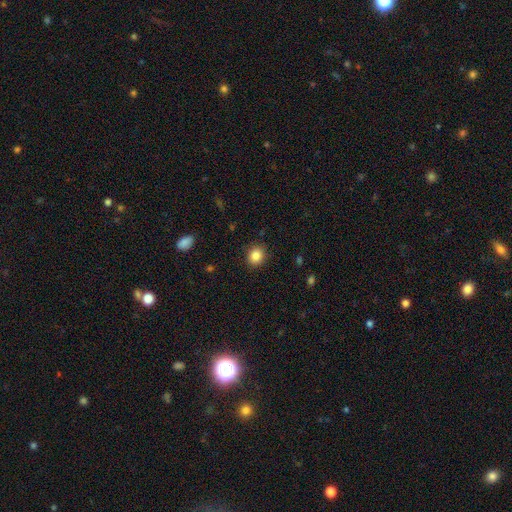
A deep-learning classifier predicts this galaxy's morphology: smooth-or-featured: smooth: 86% | star or artifact: 9% | featured or disk: 4%
  how-rounded: round: 74% | in between: 25% | cigar-shaped: 1%
  merging: none: 90% | minor disturbance: 7% | major disturbance: 2% | merger: 1%